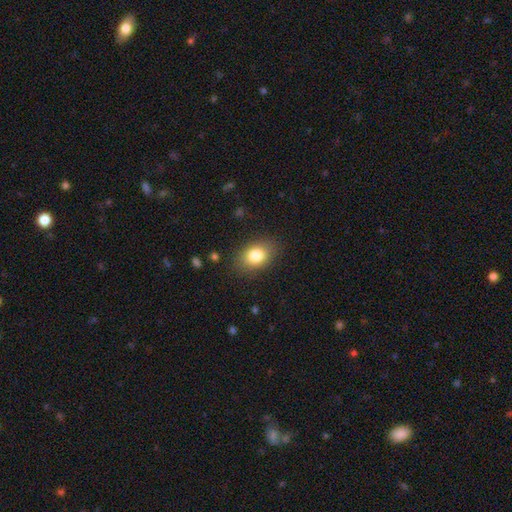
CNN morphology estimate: smooth 81%, featured or disk 10%, star or artifact 9%. Down the decision tree: how rounded — in between (74%); merging — none (84%).